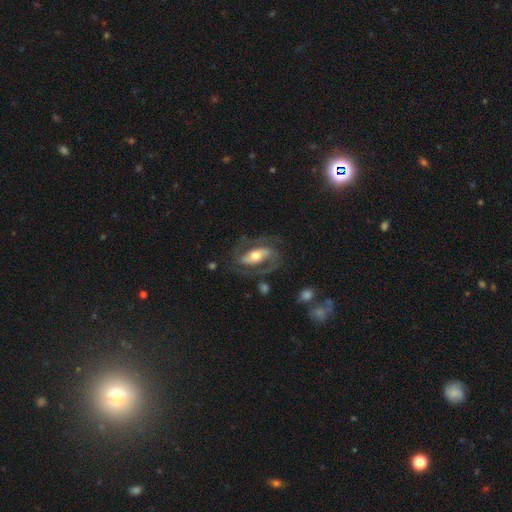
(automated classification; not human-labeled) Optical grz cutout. It shows a featured or disk galaxy (81%) with a strong bar (47%), 2 (86%) medium (50%) spiral arms (88%) and a moderate central bulge (64%). Merging: none (67%).